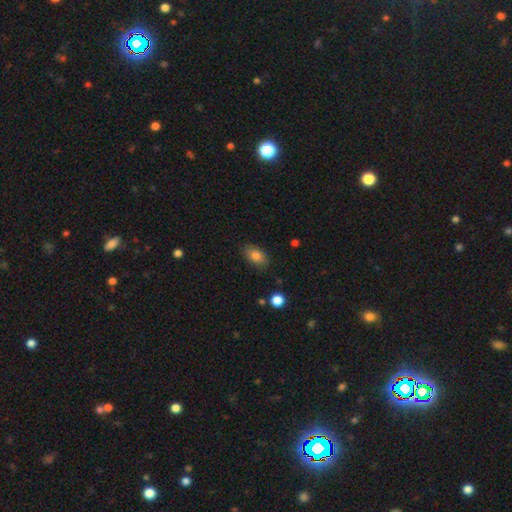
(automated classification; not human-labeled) Smooth or featured? Predicted: smooth (p=0.82). How rounded? Predicted: in between (p=0.88). Merging? Predicted: none (p=0.82).